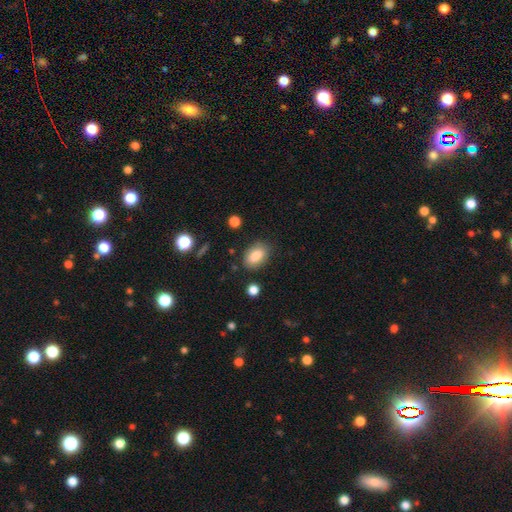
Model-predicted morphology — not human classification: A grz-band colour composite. It shows a smooth galaxy with no disk features (84%) that is in between round and cigar-shaped (88%). Merging: none (82%).